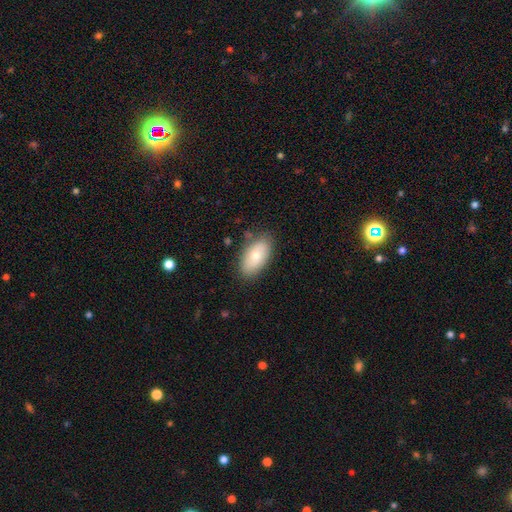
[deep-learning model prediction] Smooth or featured?
  - smooth: 67% *
  - featured or disk: 26%
  - star or artifact: 6%
How rounded?
  - in between: 93% *
  - round: 4%
  - cigar-shaped: 3%
Merging?
  - none: 81% *
  - minor disturbance: 14%
  - major disturbance: 3%
  - merger: 2%